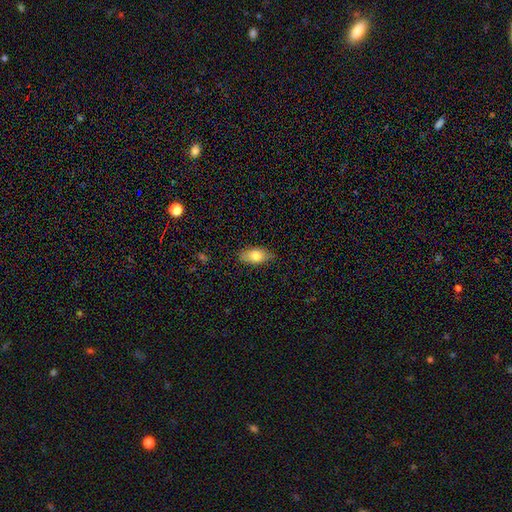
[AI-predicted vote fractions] This appears to be a smooth galaxy with no disk features (76%) that is in between round and cigar-shaped (89%). Merging: none (82%).